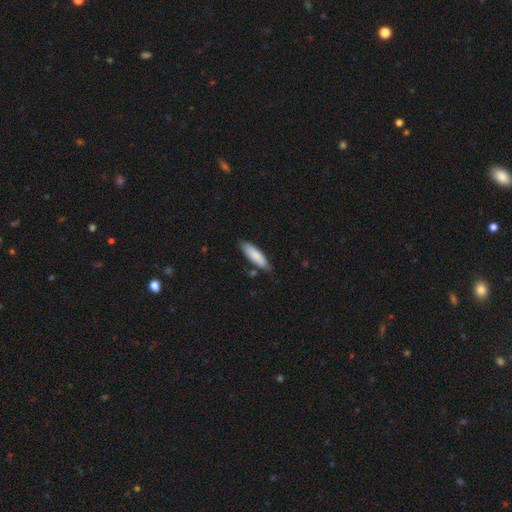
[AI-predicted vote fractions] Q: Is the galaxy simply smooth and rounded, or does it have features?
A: smooth — 84%.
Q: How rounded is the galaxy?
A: cigar-shaped — 54%.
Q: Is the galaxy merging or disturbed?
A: none — 76%.